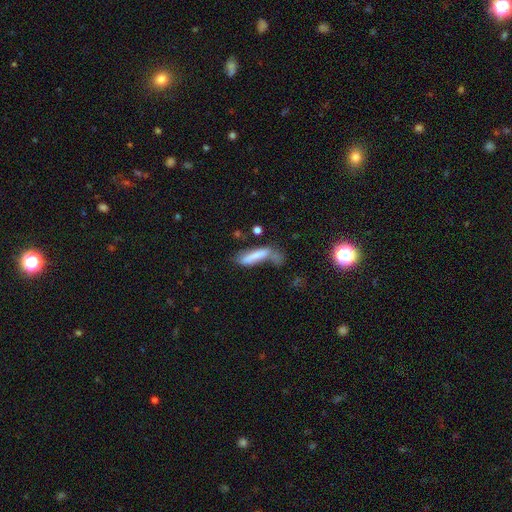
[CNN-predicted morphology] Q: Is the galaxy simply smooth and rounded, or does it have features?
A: smooth — 72%.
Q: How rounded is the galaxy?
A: cigar-shaped — 74%.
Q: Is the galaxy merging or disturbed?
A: none — 34%.